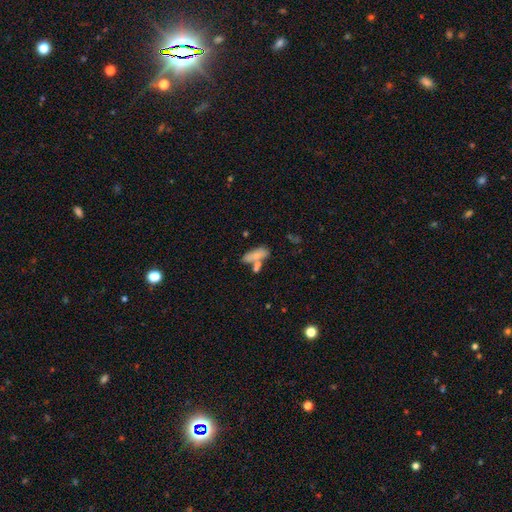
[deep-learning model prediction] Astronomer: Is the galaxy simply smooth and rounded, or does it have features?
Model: smooth — 72%.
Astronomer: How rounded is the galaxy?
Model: in between — 67%.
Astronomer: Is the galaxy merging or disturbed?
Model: none — 51% (runner-up: merger, 26%).